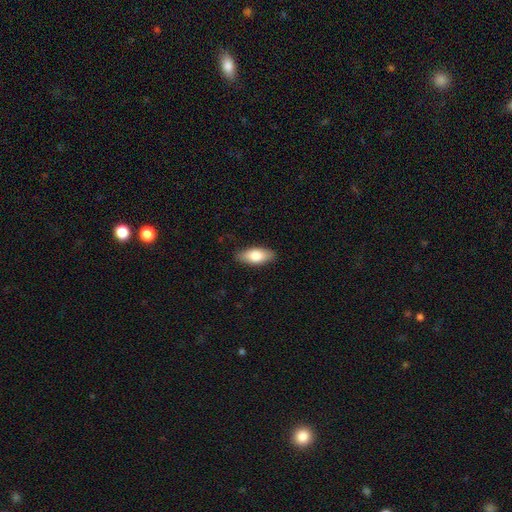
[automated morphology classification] Overall: smooth (76%). How rounded: in between (86%). Merging: none (86%).